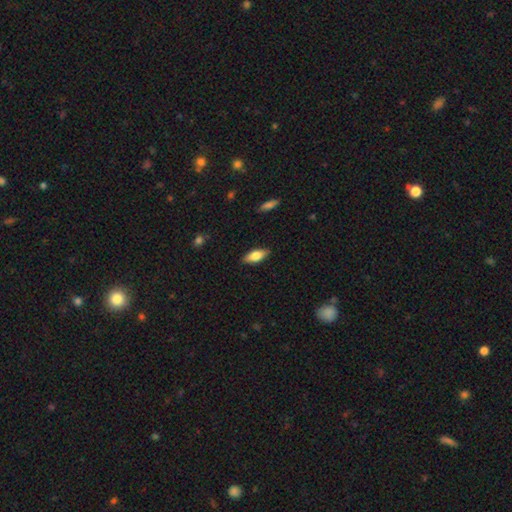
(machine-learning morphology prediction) Q: Smooth or featured?
A: smooth (73%); runner-up: featured or disk (21%)
Q: How rounded?
A: in between (78%); runner-up: cigar-shaped (19%)
Q: Merging?
A: none (87%); runner-up: minor disturbance (10%)